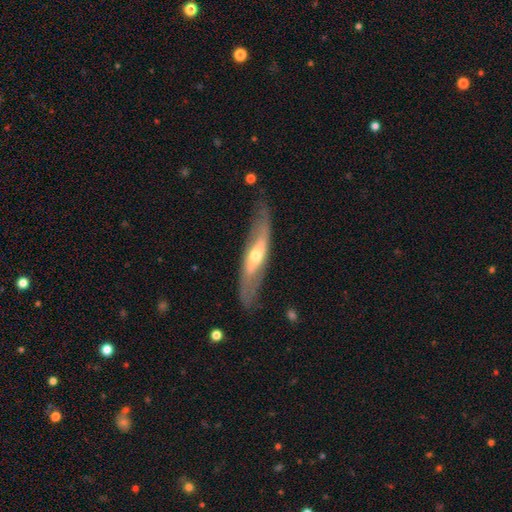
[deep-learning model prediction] smooth_or_featured: featured or disk (p=0.66) [alt: smooth p=0.29]
disk_edge_on: no (p=0.53) [alt: yes p=0.47]
merging: none (p=0.74) [alt: minor disturbance p=0.18]